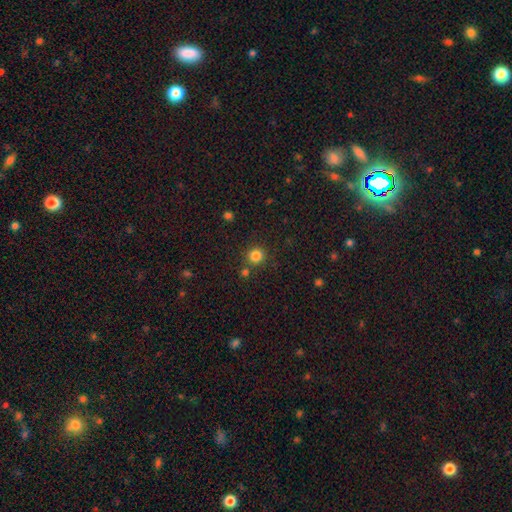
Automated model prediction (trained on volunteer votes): Overall: smooth (83%). How rounded: round (90%). Merging: none (80%).